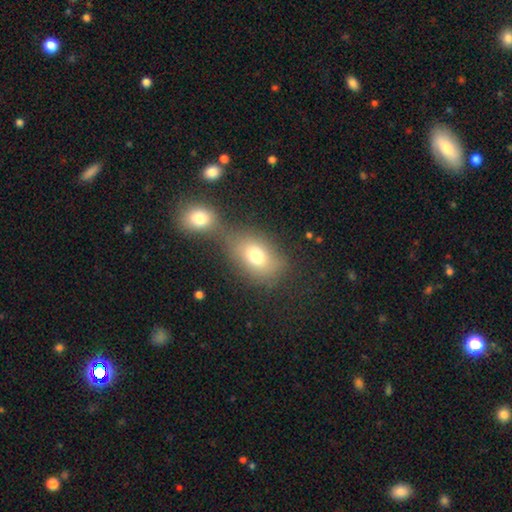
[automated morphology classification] smooth-or-featured: smooth: 75% | featured or disk: 14% | star or artifact: 11%
  how-rounded: in between: 73% | round: 25% | cigar-shaped: 2%
  merging: none: 48% | merger: 34% | minor disturbance: 12% | major disturbance: 6%